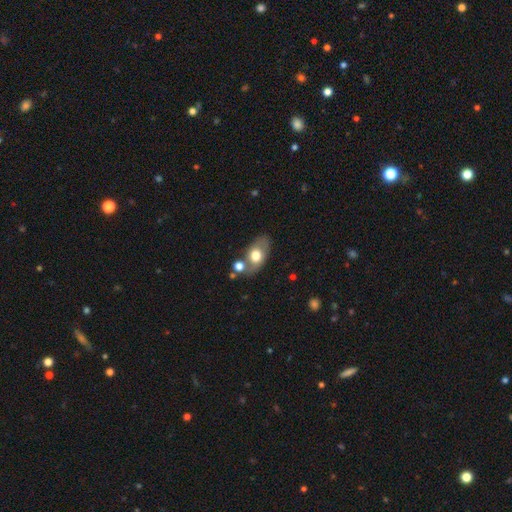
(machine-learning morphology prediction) Overall: smooth (62%; featured or disk 31%). How rounded: in between (85%). Merging: none (62%).